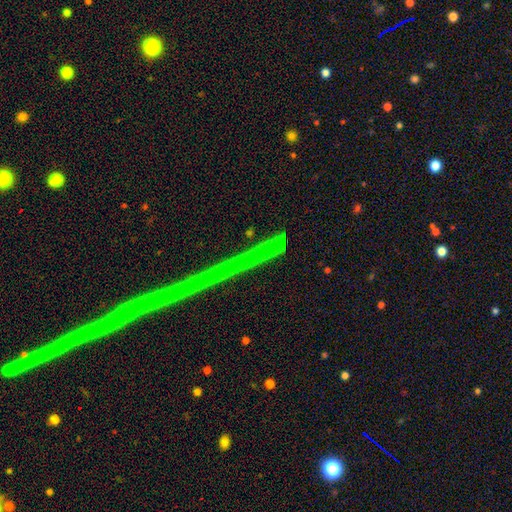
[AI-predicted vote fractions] A star or artifact, not a galaxy (77%).